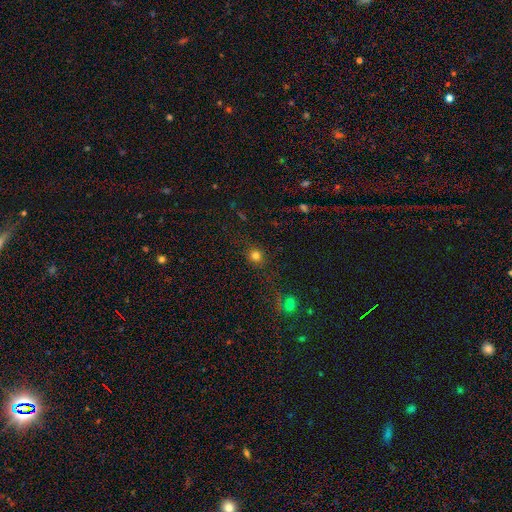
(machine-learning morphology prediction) Smooth or featured? Predicted: smooth (p=0.77). How rounded? Predicted: round (p=0.90). Merging? Predicted: none (p=0.85).